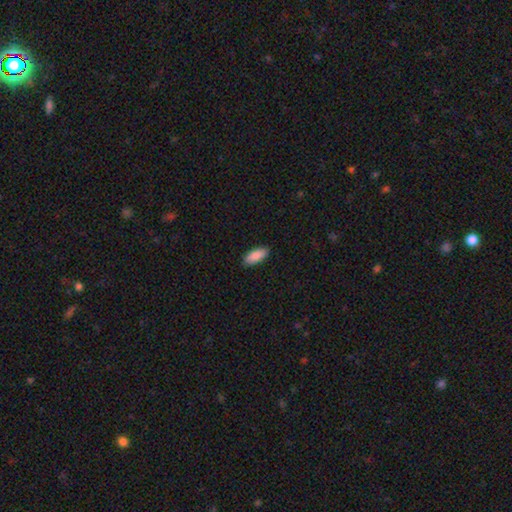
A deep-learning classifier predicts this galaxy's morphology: Smooth or featured?
  - smooth: 88% *
  - featured or disk: 6%
  - star or artifact: 6%
How rounded?
  - in between: 83% *
  - cigar-shaped: 15%
  - round: 2%
Merging?
  - none: 89% *
  - minor disturbance: 8%
  - major disturbance: 2%
  - merger: 1%